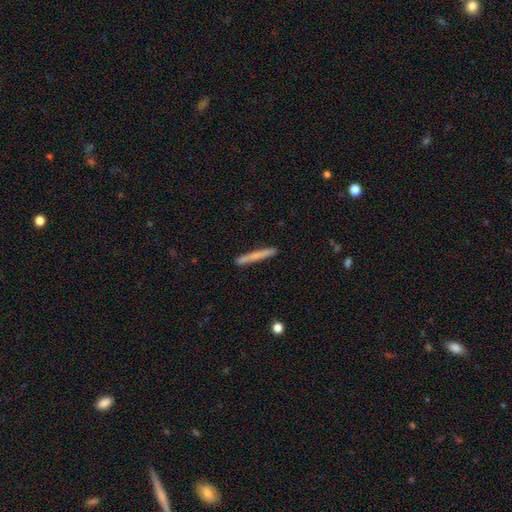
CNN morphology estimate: type=smooth (67%); roundness=cigar-shaped (97%); merging=none (90%).